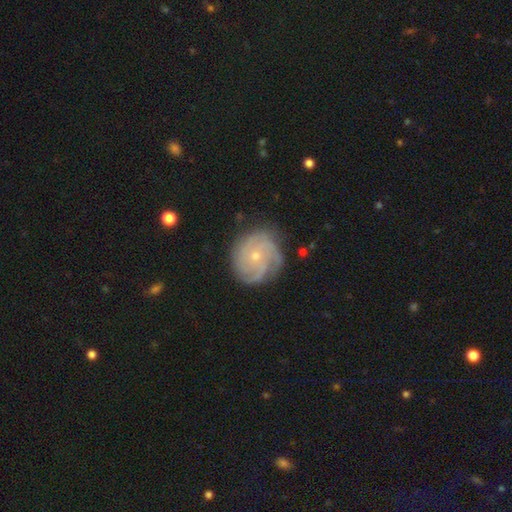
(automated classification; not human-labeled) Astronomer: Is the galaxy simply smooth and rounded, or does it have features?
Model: featured or disk — 82%.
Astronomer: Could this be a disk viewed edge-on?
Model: no — 98%.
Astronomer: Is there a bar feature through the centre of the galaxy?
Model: no — 79%.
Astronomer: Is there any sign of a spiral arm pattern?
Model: yes — 96%.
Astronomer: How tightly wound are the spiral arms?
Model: tight — 67%.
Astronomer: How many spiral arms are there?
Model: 3 — 32% (runner-up: 4, 22%).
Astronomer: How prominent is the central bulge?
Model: small — 74%.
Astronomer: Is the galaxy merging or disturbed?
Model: none — 78%.